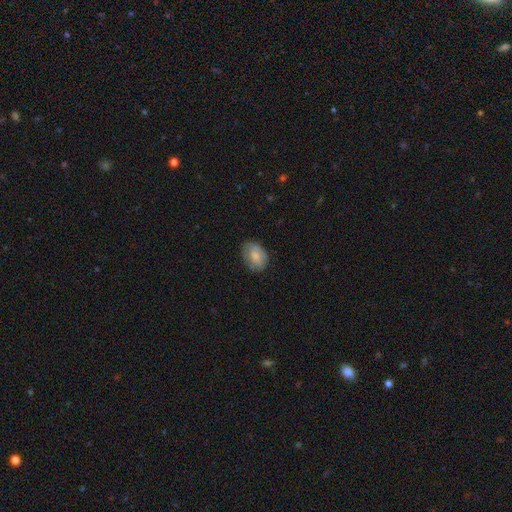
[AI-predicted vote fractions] The model was most divided on "merging": none: 70%, minor disturbance: 22%, major disturbance: 6%, merger: 1%. More confident: how rounded — in between (74%); smooth or featured — smooth (72%).